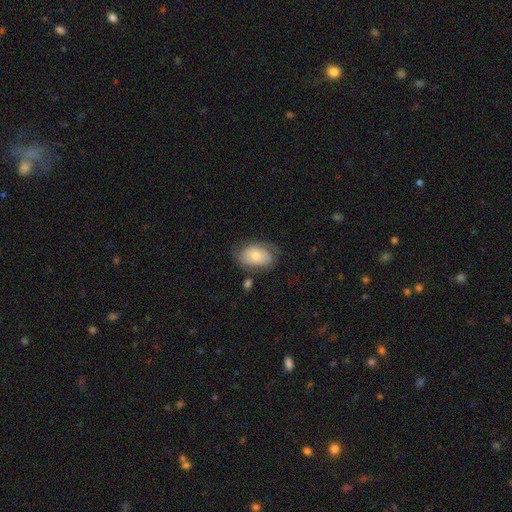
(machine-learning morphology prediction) This appears to be a smooth galaxy with no disk features (64%) that is in between round and cigar-shaped (86%). Merging: none (60%).